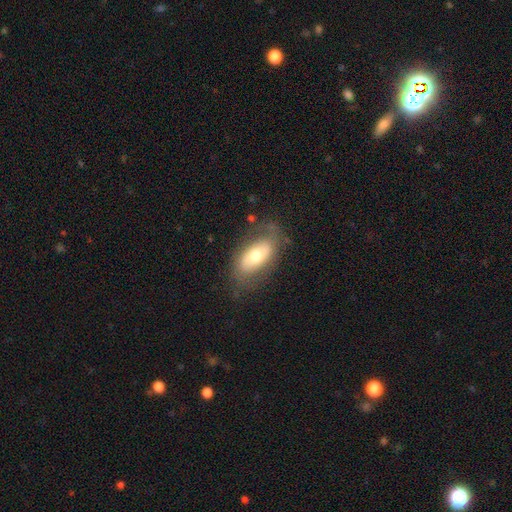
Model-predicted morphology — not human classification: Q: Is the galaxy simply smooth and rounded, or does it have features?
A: smooth — 51%.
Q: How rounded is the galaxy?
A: in between — 89%.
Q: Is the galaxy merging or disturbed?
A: none — 70%.